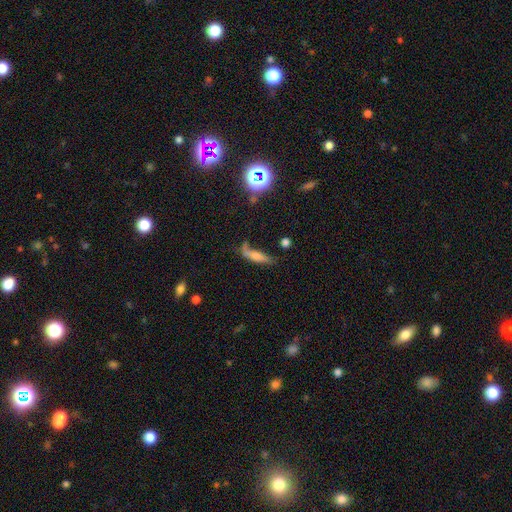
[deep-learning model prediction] Smooth or featured: smooth — 54% (featured or disk — 33%)
How rounded: cigar-shaped — 66% (in between — 31%)
Merging: none — 42% (minor disturbance — 26%)